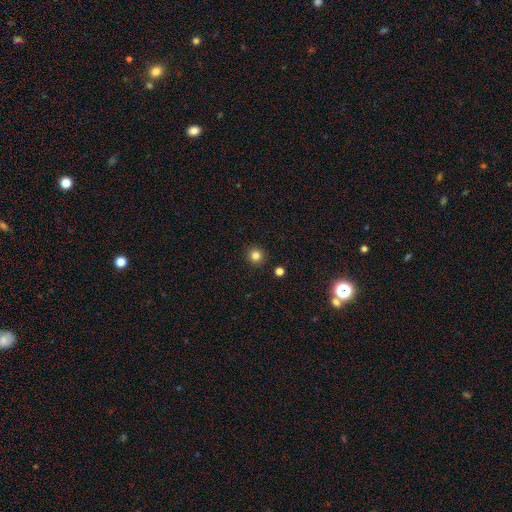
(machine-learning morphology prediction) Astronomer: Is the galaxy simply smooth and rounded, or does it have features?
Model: smooth — 82%.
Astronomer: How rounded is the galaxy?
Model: round — 95%.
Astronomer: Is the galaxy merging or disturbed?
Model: none — 92%.